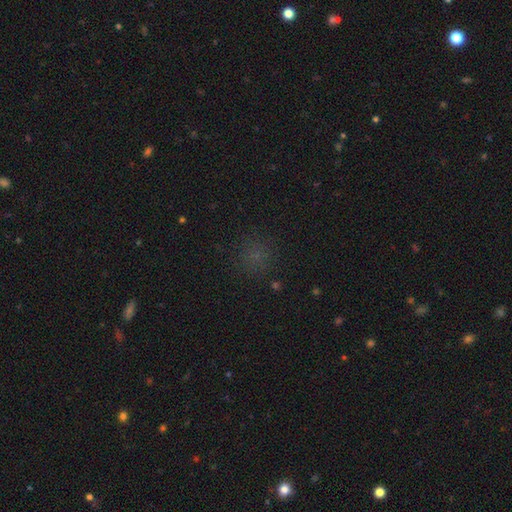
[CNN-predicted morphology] A smooth galaxy with no disk features (58%) that is round (89%). Merging: none (83%).